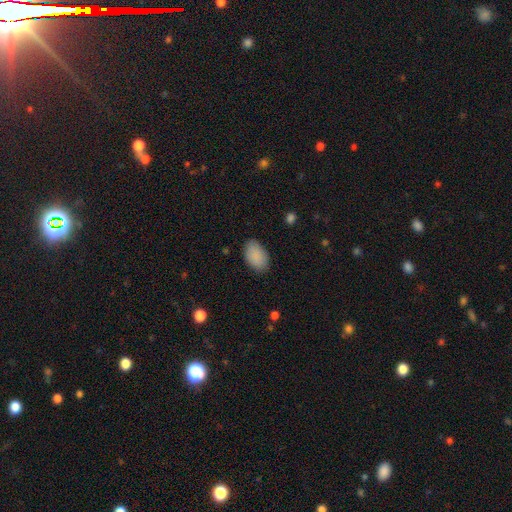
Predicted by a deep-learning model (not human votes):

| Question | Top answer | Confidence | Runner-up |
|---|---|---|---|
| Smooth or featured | smooth | 89% | star or artifact (7%) |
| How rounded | in between | 92% | round (7%) |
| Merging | none | 83% | minor disturbance (13%) |